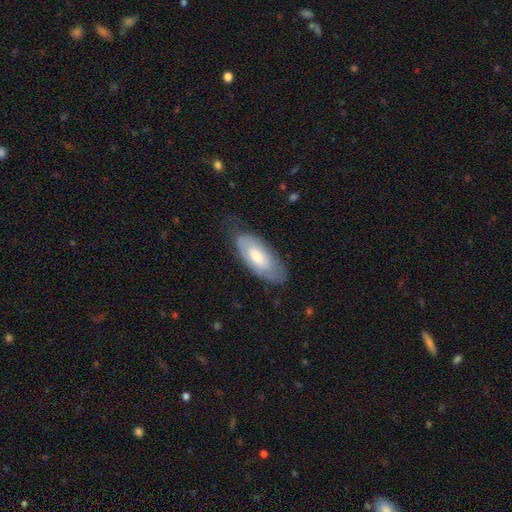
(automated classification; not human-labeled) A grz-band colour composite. It shows a smooth galaxy with no disk features (56%) that is in between round and cigar-shaped (85%). Merging: none (66%).